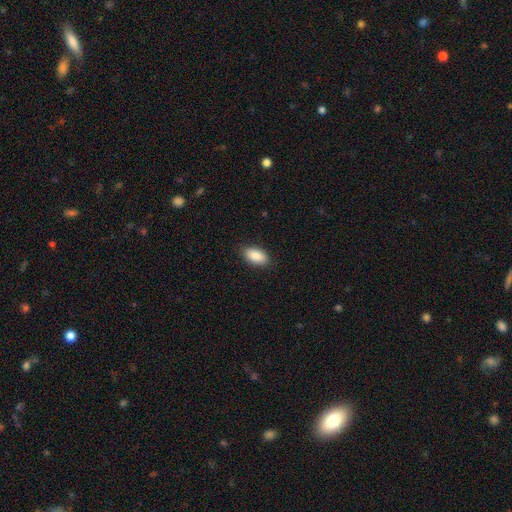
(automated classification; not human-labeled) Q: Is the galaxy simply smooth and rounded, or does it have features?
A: smooth — 89%.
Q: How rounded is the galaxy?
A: in between — 94%.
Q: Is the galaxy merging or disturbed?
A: none — 87%.